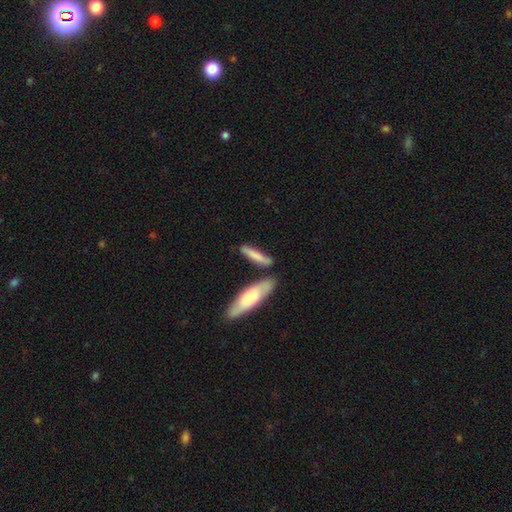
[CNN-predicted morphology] This appears to be a smooth galaxy with no disk features (73%) that is cigar-shaped (81%). Merging: none (67%).